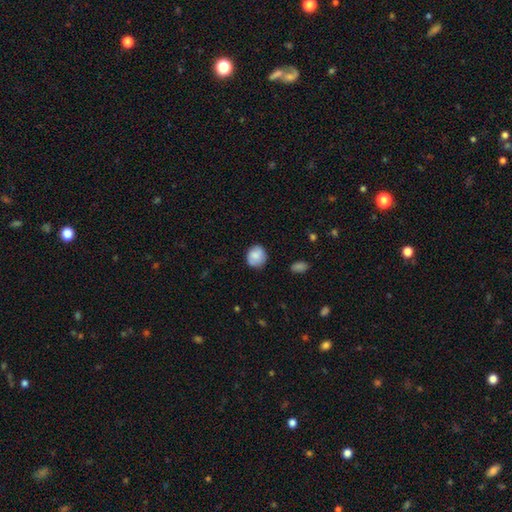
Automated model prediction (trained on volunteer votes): Overall: smooth (84%). How rounded: round (76%). Merging: none (81%).